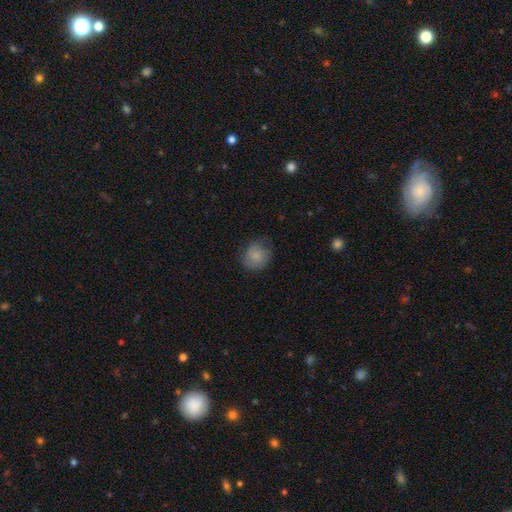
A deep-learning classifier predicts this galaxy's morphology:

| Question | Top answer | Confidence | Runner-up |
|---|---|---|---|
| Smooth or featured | smooth | 81% | featured or disk (11%) |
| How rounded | round | 82% | in between (17%) |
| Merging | none | 72% | minor disturbance (21%) |